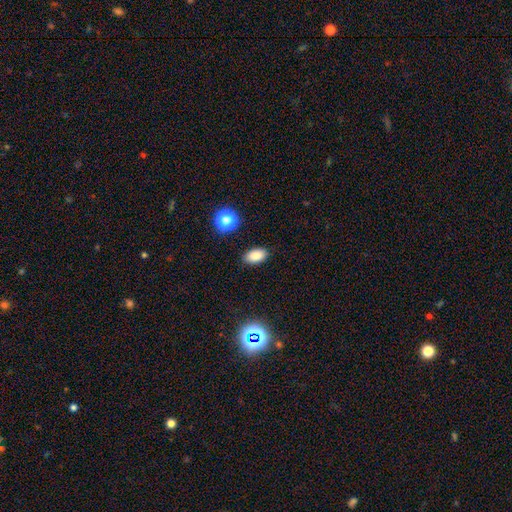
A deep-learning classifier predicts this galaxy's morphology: smooth-or-featured: smooth: 83% | star or artifact: 11% | featured or disk: 6%
  how-rounded: in between: 90% | round: 7% | cigar-shaped: 2%
  merging: none: 87% | minor disturbance: 9% | major disturbance: 2% | merger: 2%